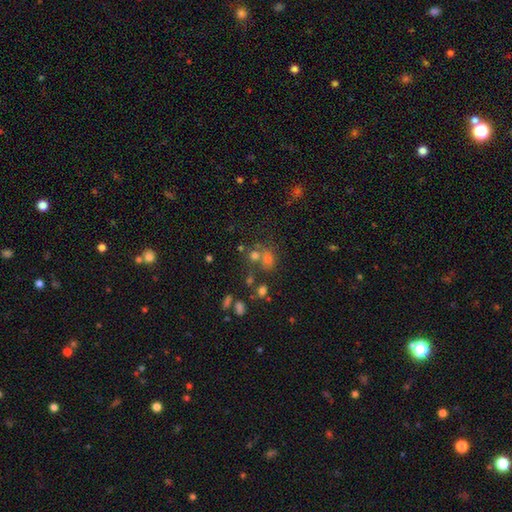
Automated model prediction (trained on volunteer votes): smooth 50%, star or artifact 35%, featured or disk 16%. Down the decision tree: merging — none (50%).